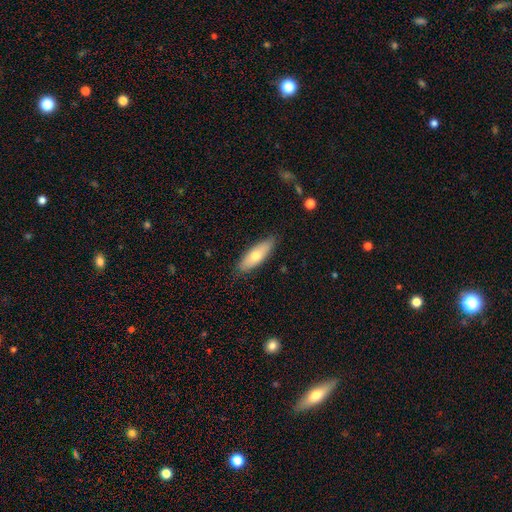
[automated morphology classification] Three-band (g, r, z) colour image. It shows a smooth galaxy with no disk features (65%) that is in between round and cigar-shaped (60%). Merging: none (85%).